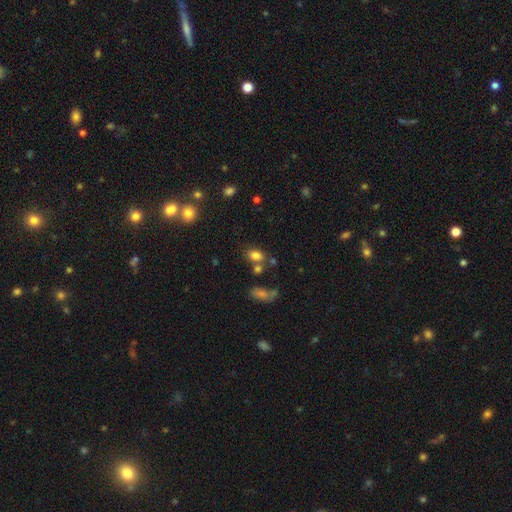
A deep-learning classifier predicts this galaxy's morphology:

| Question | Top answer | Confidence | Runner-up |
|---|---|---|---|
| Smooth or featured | smooth | 79% | star or artifact (12%) |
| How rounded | in between | 76% | round (22%) |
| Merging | none | 60% | merger (20%) |